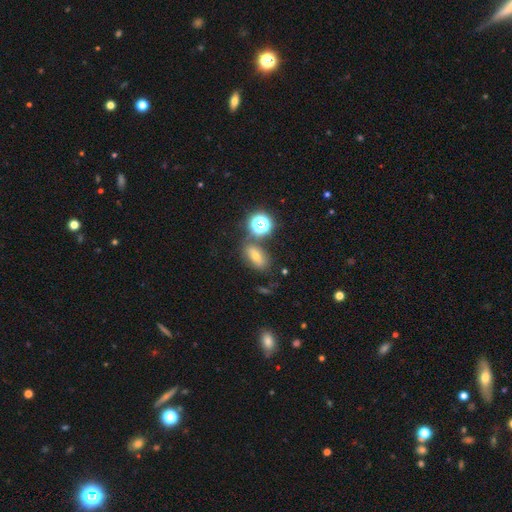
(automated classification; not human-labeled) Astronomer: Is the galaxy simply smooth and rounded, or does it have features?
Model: smooth — 51% (runner-up: star or artifact, 29%).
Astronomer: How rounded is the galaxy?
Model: in between — 75%.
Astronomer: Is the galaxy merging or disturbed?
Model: none — 71%.